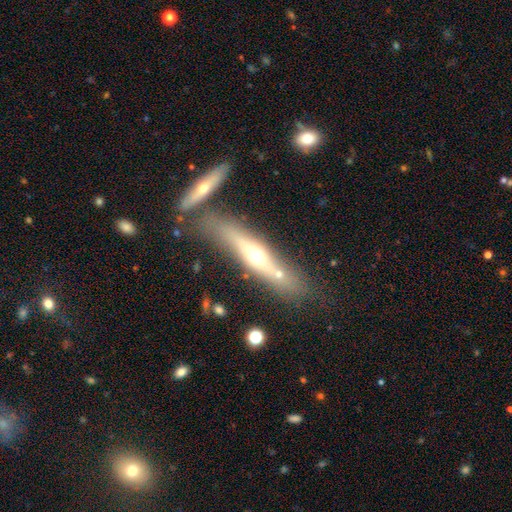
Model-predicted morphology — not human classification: This appears to be a featured or disk galaxy (53%) viewed edge-on (81%). Merging: none (60%).